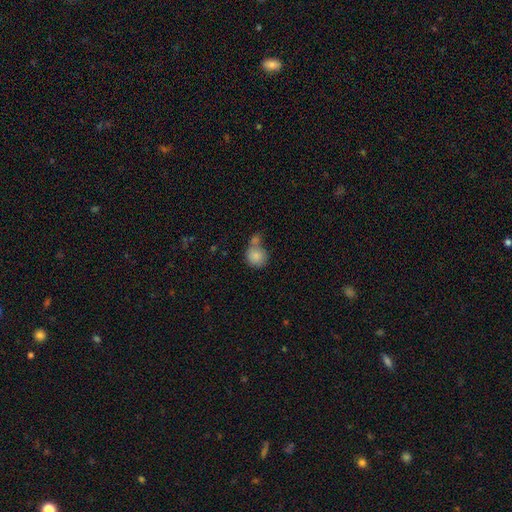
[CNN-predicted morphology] smooth-or-featured: smooth: 84% | star or artifact: 8% | featured or disk: 7%
  how-rounded: round: 85% | in between: 14% | cigar-shaped: 1%
  merging: none: 43% | merger: 40% | minor disturbance: 12% | major disturbance: 5%